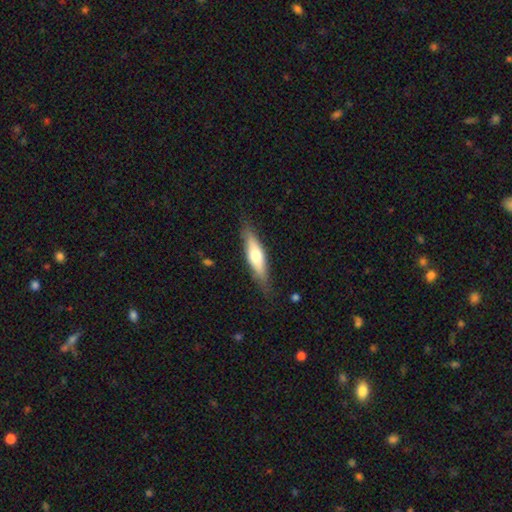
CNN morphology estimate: Smooth or featured?
  - smooth: 56% *
  - featured or disk: 39%
  - star or artifact: 5%
How rounded?
  - cigar-shaped: 64% *
  - in between: 34%
  - round: 2%
Merging?
  - none: 78% *
  - minor disturbance: 16%
  - major disturbance: 4%
  - merger: 2%